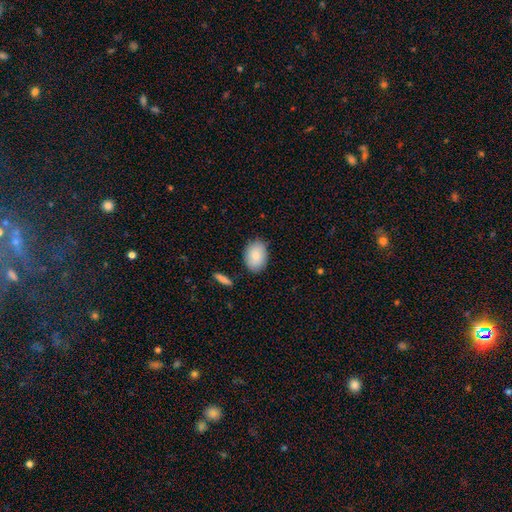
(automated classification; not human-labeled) This appears to be a smooth galaxy with no disk features (84%) that is in between round and cigar-shaped (79%). Merging: none (84%).